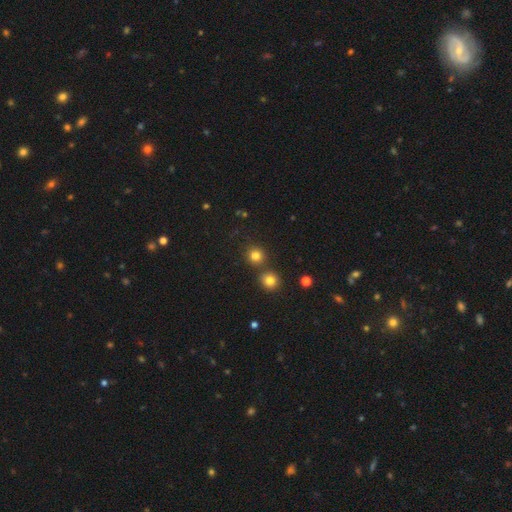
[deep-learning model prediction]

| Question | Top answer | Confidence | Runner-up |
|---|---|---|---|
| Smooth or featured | smooth | 79% | star or artifact (15%) |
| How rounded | round | 90% | in between (9%) |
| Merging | none | 73% | merger (17%) |